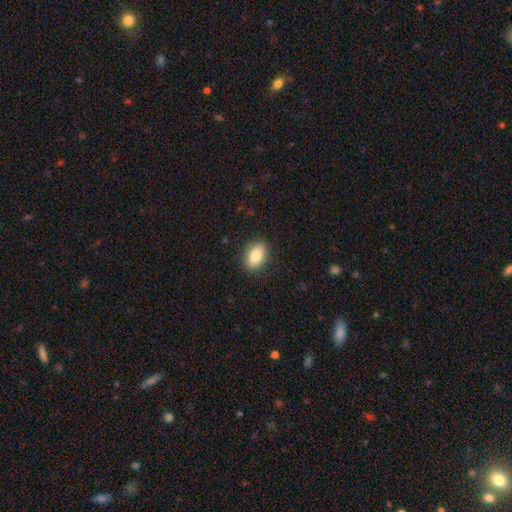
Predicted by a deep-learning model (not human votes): Overall: smooth (83%). How rounded: in between (85%). Merging: none (88%).